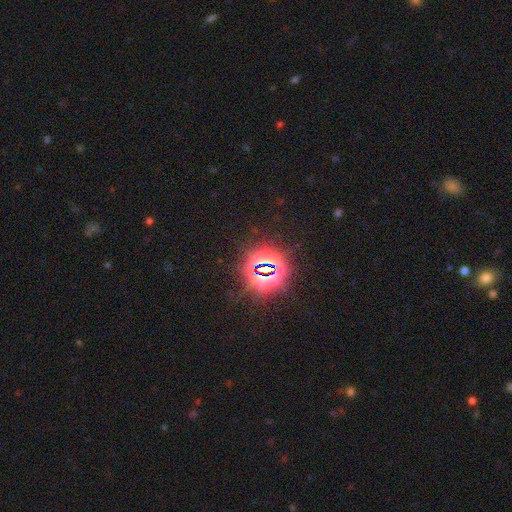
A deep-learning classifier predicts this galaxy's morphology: type=star or artifact (81%).